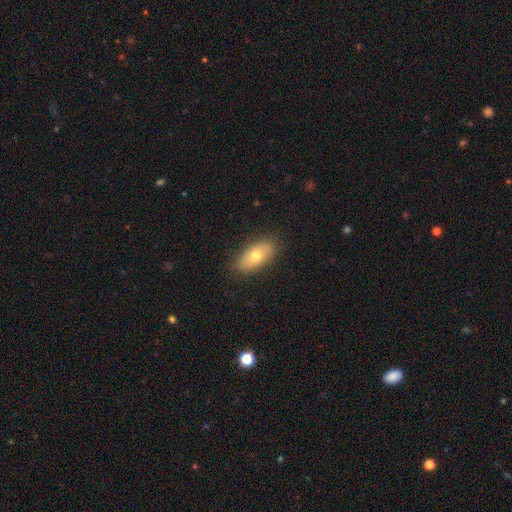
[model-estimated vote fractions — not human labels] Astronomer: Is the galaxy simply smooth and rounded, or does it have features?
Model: smooth — 67%.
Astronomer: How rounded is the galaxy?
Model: in between — 88%.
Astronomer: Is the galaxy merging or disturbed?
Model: none — 87%.